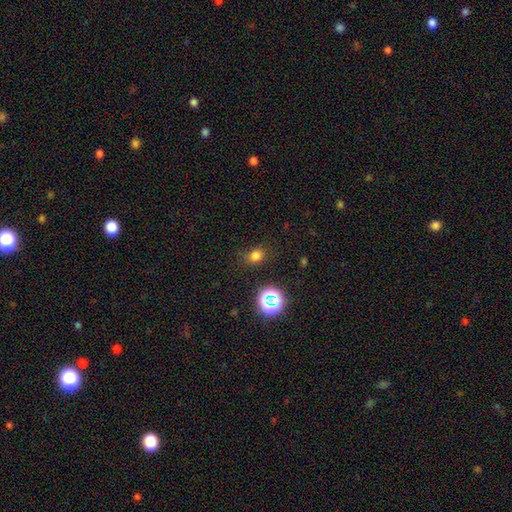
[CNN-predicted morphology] Smooth or featured? smooth (74%)
How rounded? round (58%)
Merging? none (78%)